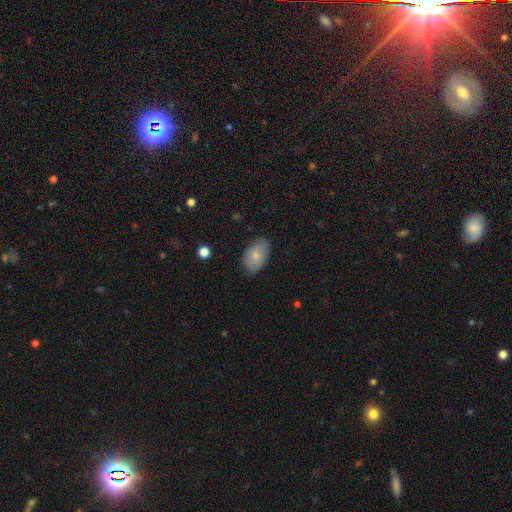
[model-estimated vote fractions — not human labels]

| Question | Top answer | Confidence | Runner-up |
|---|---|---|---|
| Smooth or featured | smooth | 73% | featured or disk (20%) |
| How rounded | in between | 89% | round (10%) |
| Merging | none | 77% | minor disturbance (18%) |